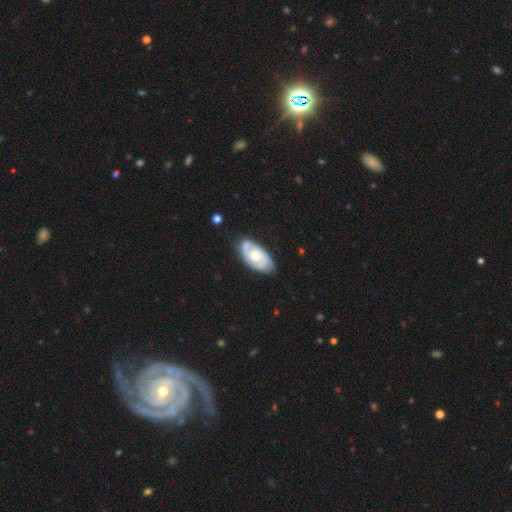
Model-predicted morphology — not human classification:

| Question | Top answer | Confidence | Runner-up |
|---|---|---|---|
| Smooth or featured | featured or disk | 70% | smooth (25%) |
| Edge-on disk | no | 93% | yes (7%) |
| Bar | no | 74% | weak (23%) |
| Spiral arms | yes | 87% | no (13%) |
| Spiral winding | tight | 55% | medium (35%) |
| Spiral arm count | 2 | 56% | can't tell (25%) |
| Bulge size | moderate | 65% | small (22%) |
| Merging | none | 75% | minor disturbance (19%) |